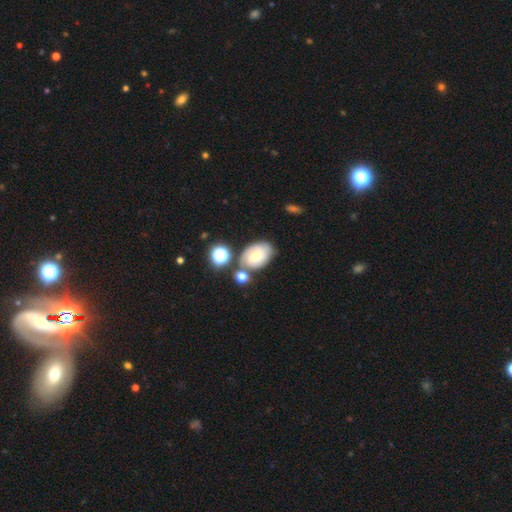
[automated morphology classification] A featured or disk galaxy (51%).

Vote fractions:
- Smooth or featured? featured or disk: 51% / smooth: 38% / star or artifact: 11%
- Edge-on disk? no: 95% / yes: 5%
- Merging? none: 58% / minor disturbance: 19% / merger: 17% / major disturbance: 7%